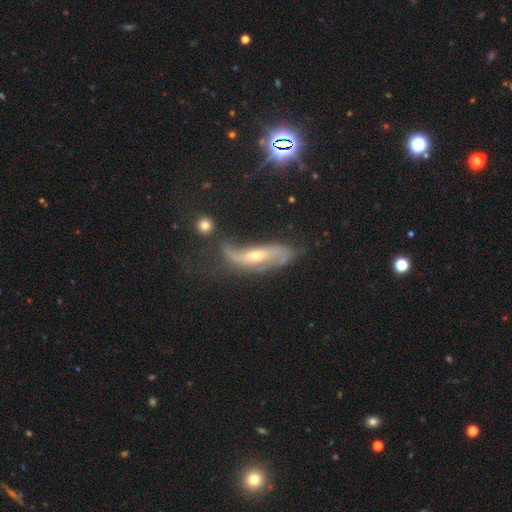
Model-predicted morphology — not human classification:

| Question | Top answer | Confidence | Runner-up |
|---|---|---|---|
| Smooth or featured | featured or disk | 78% | smooth (15%) |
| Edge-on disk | no | 80% | yes (20%) |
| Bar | no | 46% | weak (32%) |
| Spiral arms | yes | 86% | no (14%) |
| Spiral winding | loose | 76% | medium (17%) |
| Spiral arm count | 2 | 81% | can't tell (9%) |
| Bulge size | moderate | 49% | small (46%) |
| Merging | none | 43% | minor disturbance (25%) |